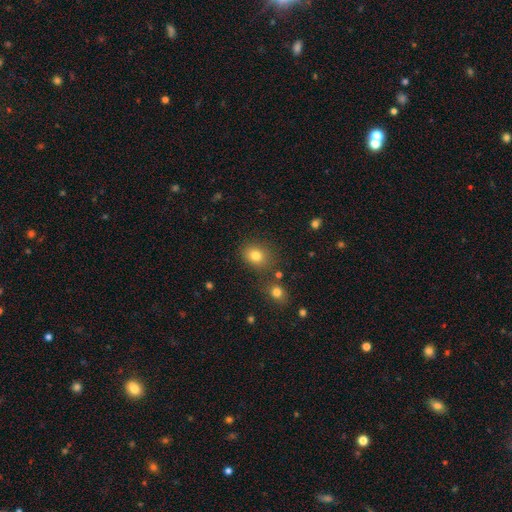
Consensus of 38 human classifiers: Smooth or featured? 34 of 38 (89%) said smooth. How rounded? 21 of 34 (62%) said in between. Merging? 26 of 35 (74%) said none.